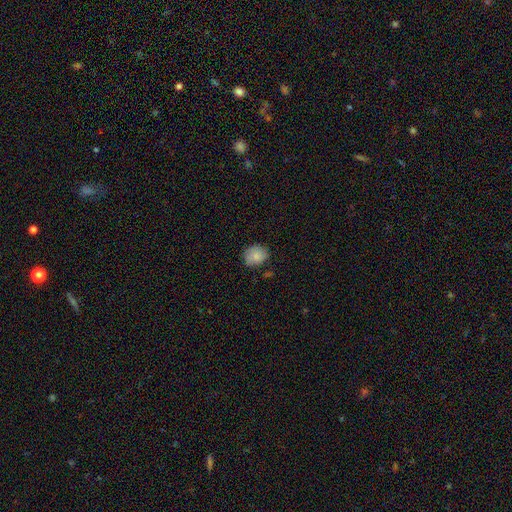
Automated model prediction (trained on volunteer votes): smooth_or_featured: smooth (p=0.84) [alt: star or artifact p=0.08]
how_rounded: round (p=0.60) [alt: in between p=0.39]
merging: none (p=0.75) [alt: minor disturbance p=0.19]